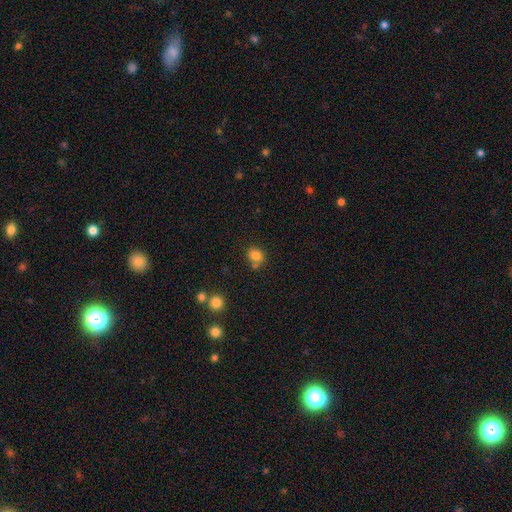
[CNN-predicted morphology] type=smooth (80%); roundness=round (66%); merging=none (65%).